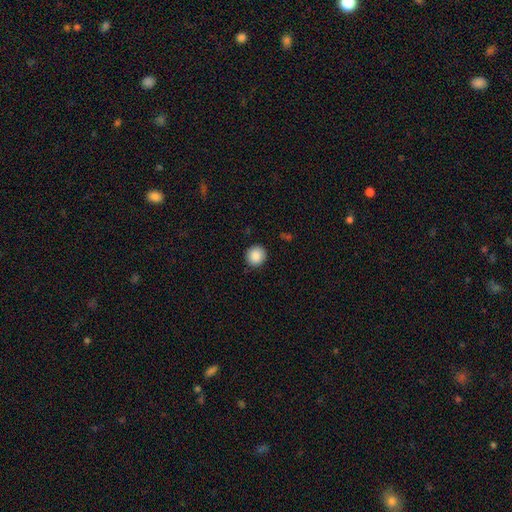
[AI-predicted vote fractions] smooth_or_featured: smooth (p=0.89) [alt: star or artifact p=0.08]
how_rounded: round (p=0.91) [alt: in between p=0.08]
merging: none (p=0.89) [alt: minor disturbance p=0.07]